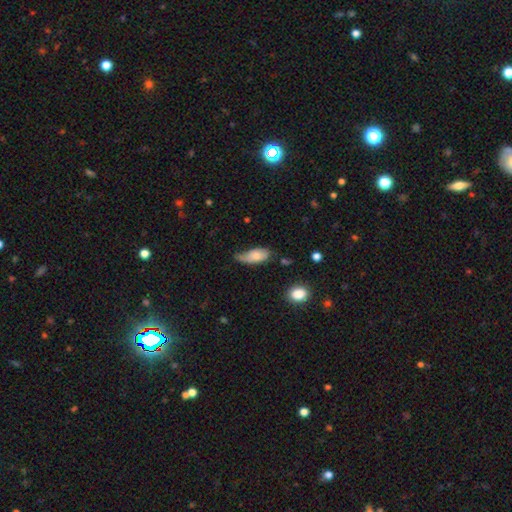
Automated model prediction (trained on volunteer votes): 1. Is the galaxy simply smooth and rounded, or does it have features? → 68% smooth, 25% featured or disk, 7% star or artifact.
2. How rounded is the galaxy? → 87% in between, 10% cigar-shaped, 4% round.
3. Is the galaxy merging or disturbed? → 42% minor disturbance, 33% none, 21% major disturbance, 4% merger.